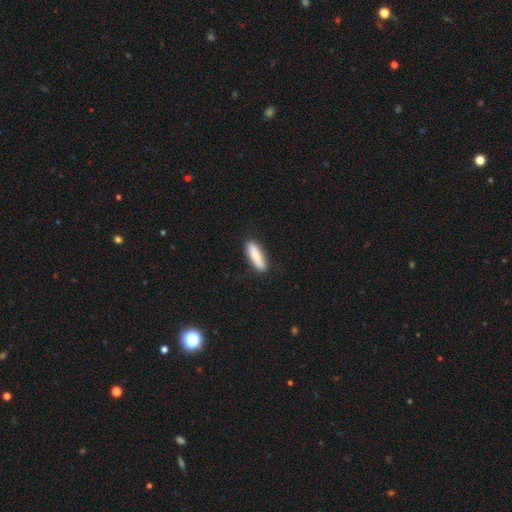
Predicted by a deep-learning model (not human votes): The model was most divided on "how rounded": cigar-shaped: 62%, in between: 36%, round: 2%. More confident: merging — none (87%); smooth or featured — smooth (82%).